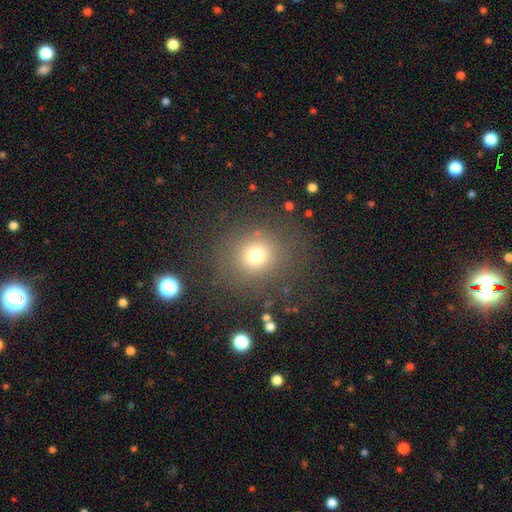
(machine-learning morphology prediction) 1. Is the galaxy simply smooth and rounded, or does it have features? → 72% smooth, 18% star or artifact, 10% featured or disk.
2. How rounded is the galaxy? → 83% round, 16% in between, 1% cigar-shaped.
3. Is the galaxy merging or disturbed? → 81% none, 10% minor disturbance, 7% major disturbance, 3% merger.